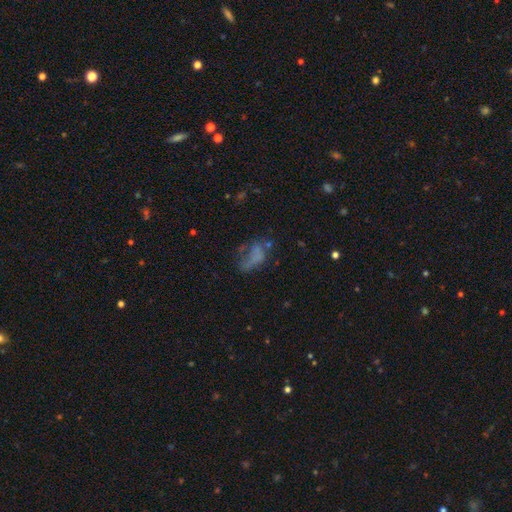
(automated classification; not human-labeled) The model was most divided on "merging": major disturbance: 39%, none: 30%, minor disturbance: 20%, merger: 10%. Remaining: smooth or featured — smooth (48%).